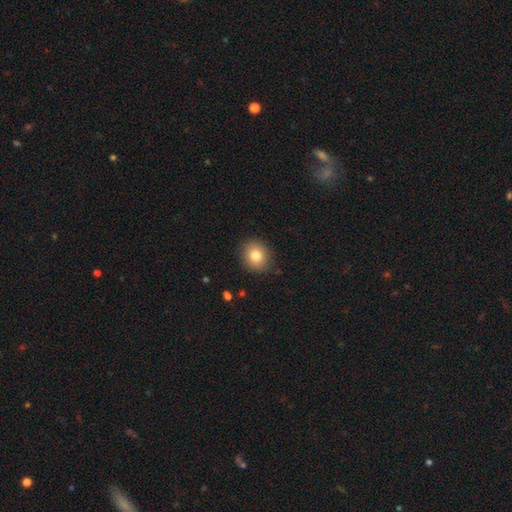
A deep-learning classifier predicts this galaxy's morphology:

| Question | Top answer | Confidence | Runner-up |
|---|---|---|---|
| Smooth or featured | smooth | 80% | star or artifact (10%) |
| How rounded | round | 73% | in between (26%) |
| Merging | none | 87% | minor disturbance (10%) |